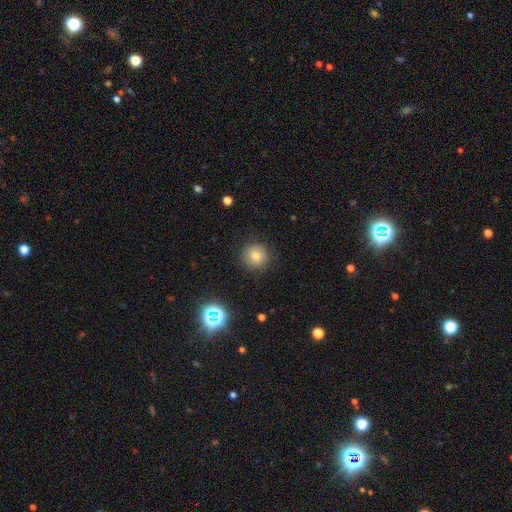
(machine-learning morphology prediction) Q: Smooth or featured?
A: smooth (73%); runner-up: star or artifact (16%)
Q: How rounded?
A: round (94%); runner-up: in between (5%)
Q: Merging?
A: none (87%); runner-up: minor disturbance (9%)